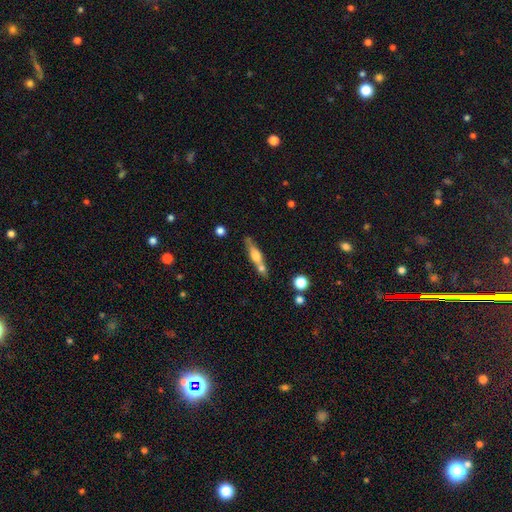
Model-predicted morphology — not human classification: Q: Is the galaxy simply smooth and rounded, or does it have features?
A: featured or disk — 48%.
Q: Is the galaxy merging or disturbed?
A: none — 54%.